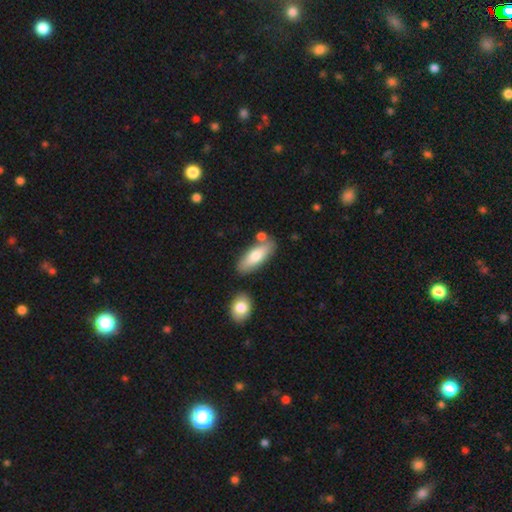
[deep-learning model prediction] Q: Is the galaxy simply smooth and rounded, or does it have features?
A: smooth — 72%.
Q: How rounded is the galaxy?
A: in between — 67%.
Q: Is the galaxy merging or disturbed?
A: none — 74%.